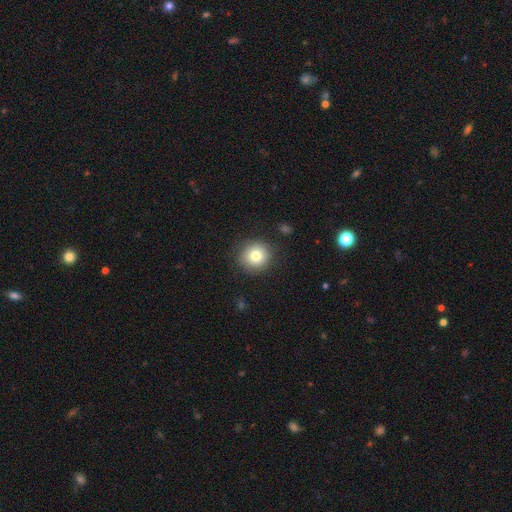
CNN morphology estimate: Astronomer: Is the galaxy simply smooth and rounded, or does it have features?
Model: smooth — 79%.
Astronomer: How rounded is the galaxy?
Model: round — 91%.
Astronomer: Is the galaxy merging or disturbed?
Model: none — 87%.